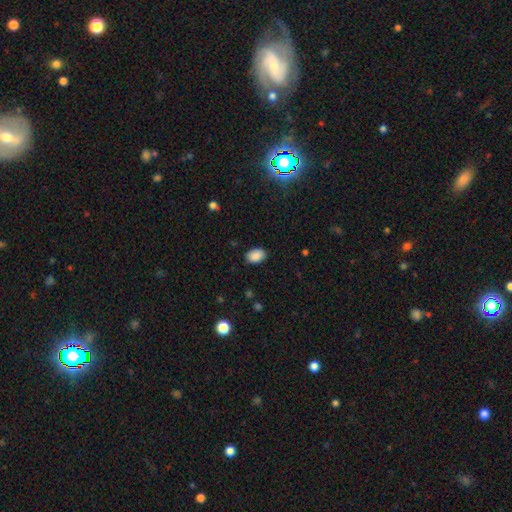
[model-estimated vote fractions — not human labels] Q: Smooth or featured?
A: smooth (88%); runner-up: star or artifact (8%)
Q: How rounded?
A: in between (84%); runner-up: round (15%)
Q: Merging?
A: none (85%); runner-up: minor disturbance (11%)